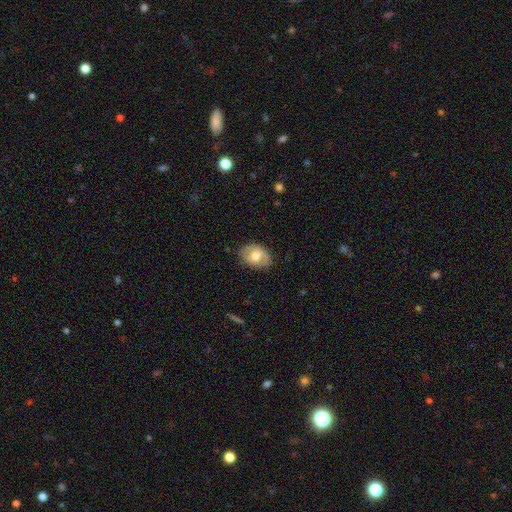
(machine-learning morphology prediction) smooth_or_featured: smooth (p=0.56) [alt: featured or disk p=0.37]
how_rounded: in between (p=0.75) [alt: round p=0.24]
merging: none (p=0.77) [alt: minor disturbance p=0.18]